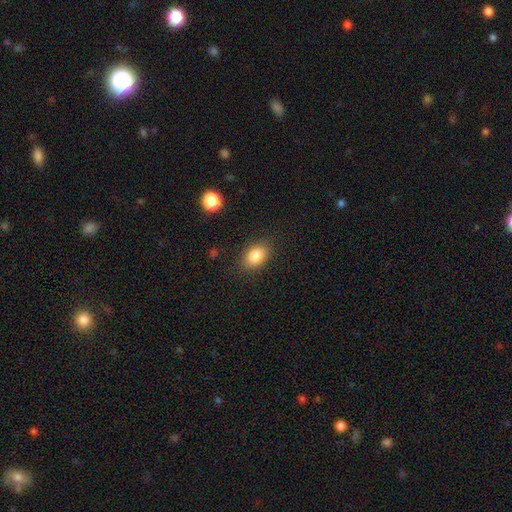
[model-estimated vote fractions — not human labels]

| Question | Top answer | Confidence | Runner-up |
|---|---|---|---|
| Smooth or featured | smooth | 84% | star or artifact (9%) |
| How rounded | in between | 82% | round (17%) |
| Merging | none | 84% | minor disturbance (11%) |